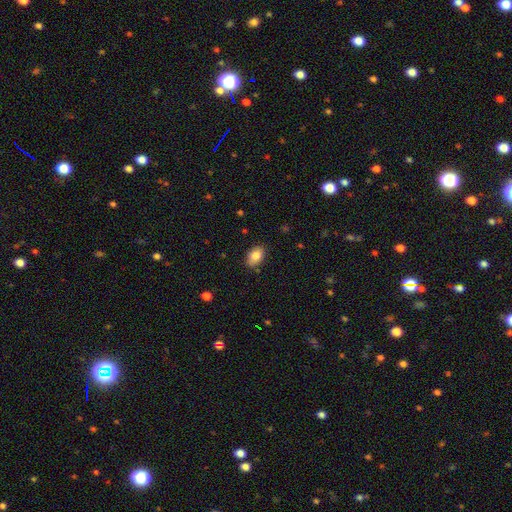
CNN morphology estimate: Overall: smooth (83%). How rounded: in between (88%). Merging: none (82%).